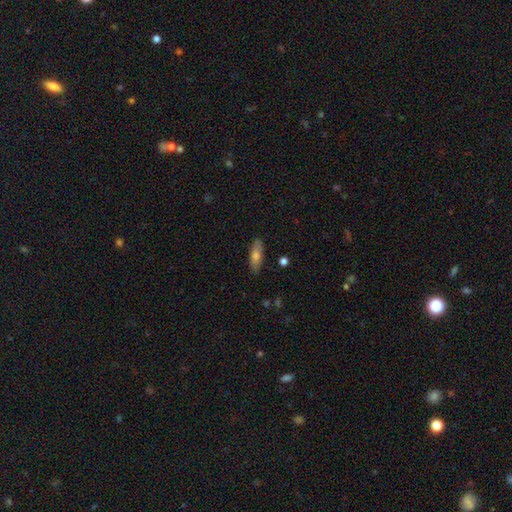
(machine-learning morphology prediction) A smooth galaxy with no disk features (69%) that is in between round and cigar-shaped (56%).

Vote fractions:
- Smooth or featured? smooth: 69% / featured or disk: 24% / star or artifact: 7%
- How rounded? in between: 56% / cigar-shaped: 41% / round: 3%
- Merging? none: 86% / minor disturbance: 11% / major disturbance: 2% / merger: 1%